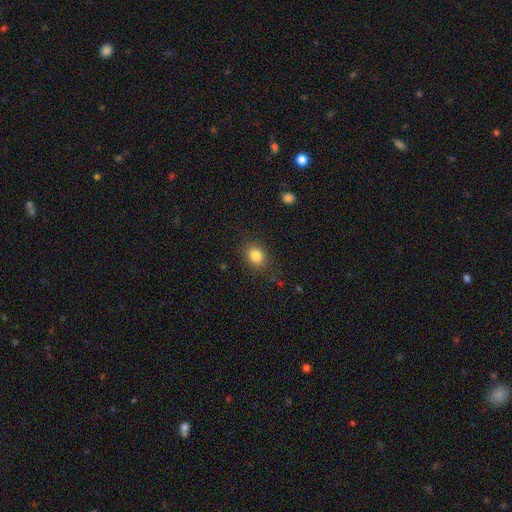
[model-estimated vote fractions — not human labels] This appears to be a smooth galaxy with no disk features (84%) that is round (59%). Merging: none (85%).